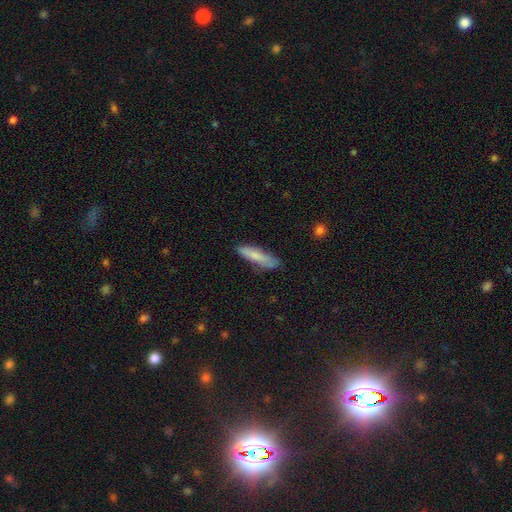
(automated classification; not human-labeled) A smooth galaxy with no disk features (76%) that is cigar-shaped (76%).

Vote fractions:
- Smooth or featured? smooth: 76% / featured or disk: 17% / star or artifact: 6%
- How rounded? cigar-shaped: 76% / in between: 22% / round: 2%
- Merging? none: 73% / minor disturbance: 21% / major disturbance: 4% / merger: 2%